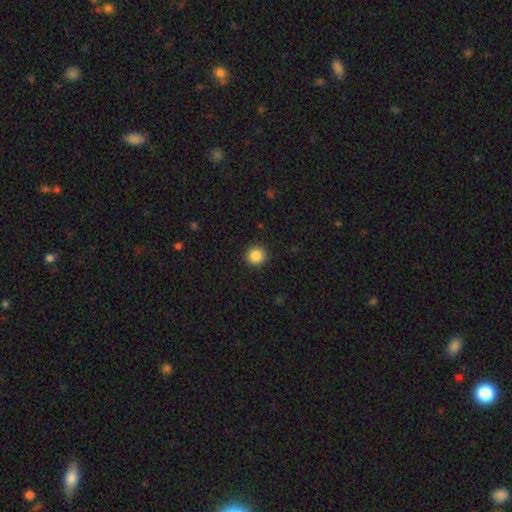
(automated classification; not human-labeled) This appears to be a smooth galaxy with no disk features (87%) that is round (94%). Merging: none (92%).